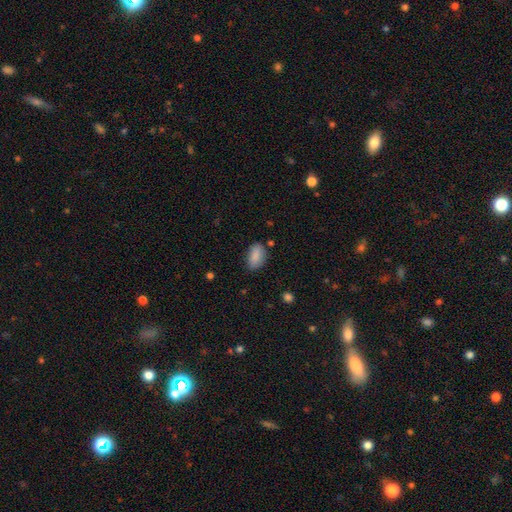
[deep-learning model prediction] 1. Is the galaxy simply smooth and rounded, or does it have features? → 87% smooth, 7% star or artifact, 5% featured or disk.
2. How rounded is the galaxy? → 91% in between, 6% round, 3% cigar-shaped.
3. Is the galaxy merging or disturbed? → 75% none, 18% minor disturbance, 4% major disturbance, 2% merger.